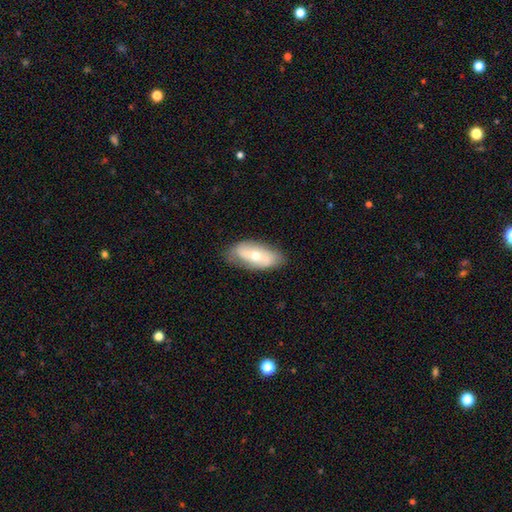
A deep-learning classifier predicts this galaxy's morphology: Smooth or featured? Predicted: smooth (p=0.48). Merging? Predicted: none (p=0.75).